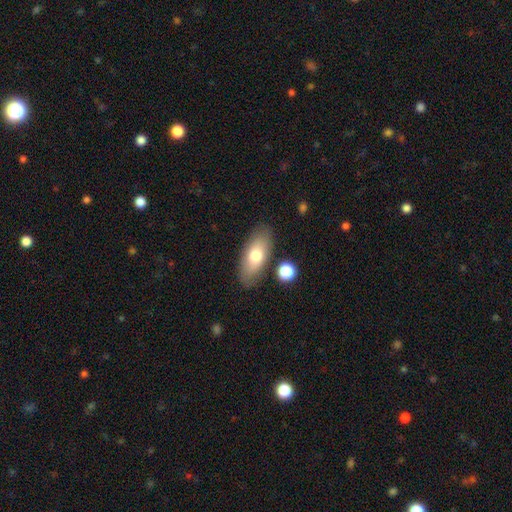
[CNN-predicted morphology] Smooth or featured? smooth (71%)
How rounded? in between (86%)
Merging? none (81%)